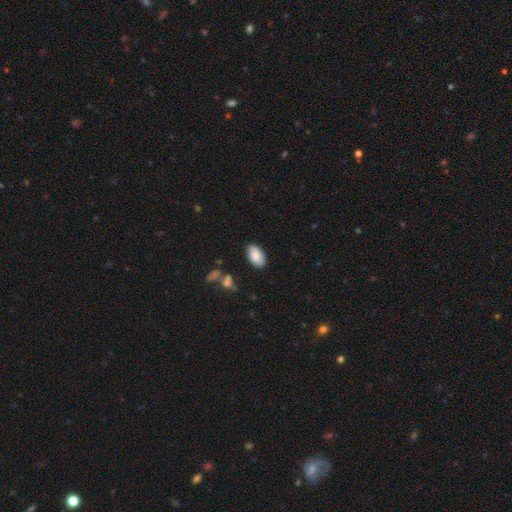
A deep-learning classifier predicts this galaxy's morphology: Smooth or featured? Predicted: smooth (p=0.85). How rounded? Predicted: in between (p=0.95). Merging? Predicted: none (p=0.85).